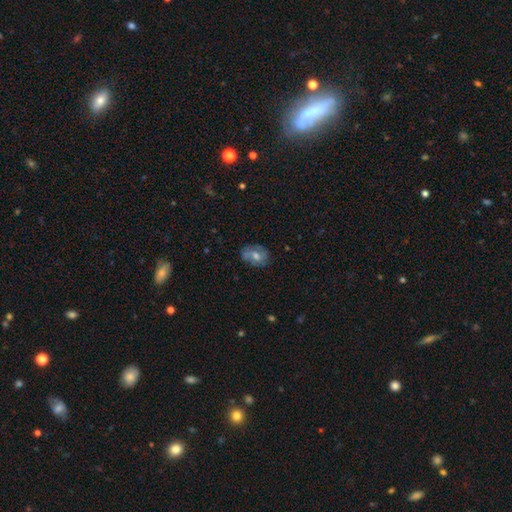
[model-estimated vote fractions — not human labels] This is possibly a featured or disk galaxy (51%). It is clearly not viewed edge-on (95%). Merging: likely none (73%).